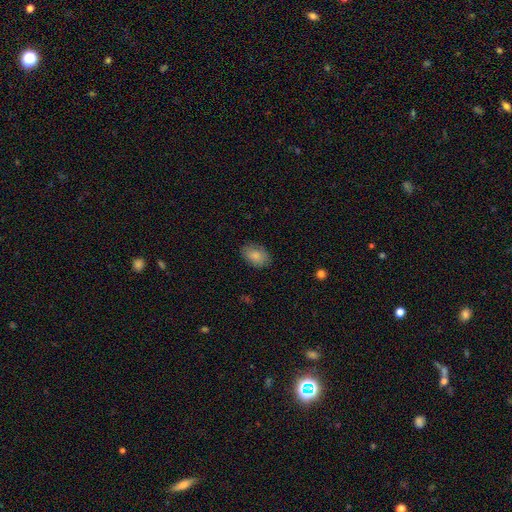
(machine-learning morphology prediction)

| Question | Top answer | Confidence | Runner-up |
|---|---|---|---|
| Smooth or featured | smooth | 86% | featured or disk (7%) |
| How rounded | in between | 87% | round (12%) |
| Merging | none | 84% | minor disturbance (12%) |